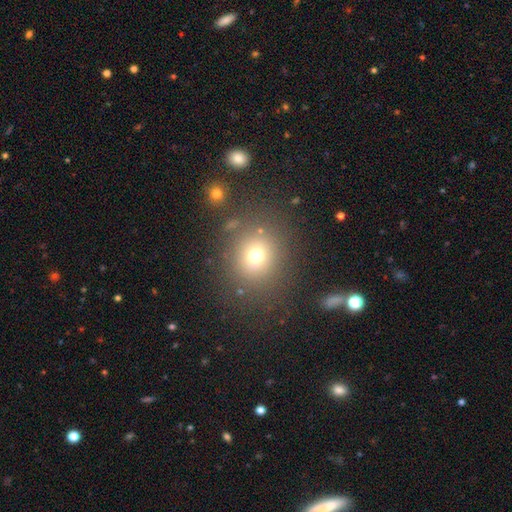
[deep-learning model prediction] Smooth or featured?
  - smooth: 70% *
  - star or artifact: 19%
  - featured or disk: 11%
How rounded?
  - round: 85% *
  - in between: 14%
  - cigar-shaped: 1%
Merging?
  - none: 80% *
  - minor disturbance: 9%
  - major disturbance: 6%
  - merger: 4%